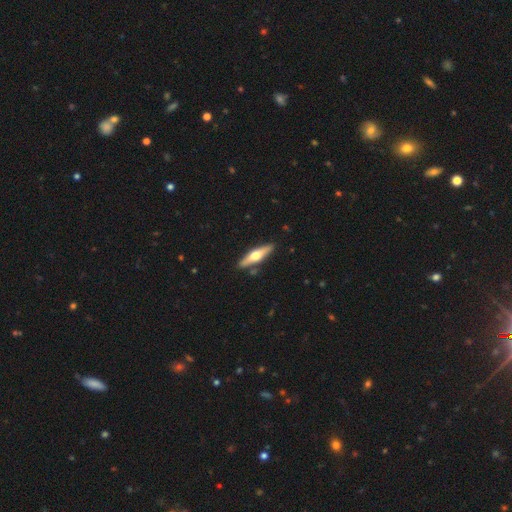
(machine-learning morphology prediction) A featured or disk galaxy (56%) viewed edge-on (93%) with a rounded central bulge (94%). Merging: none (86%).